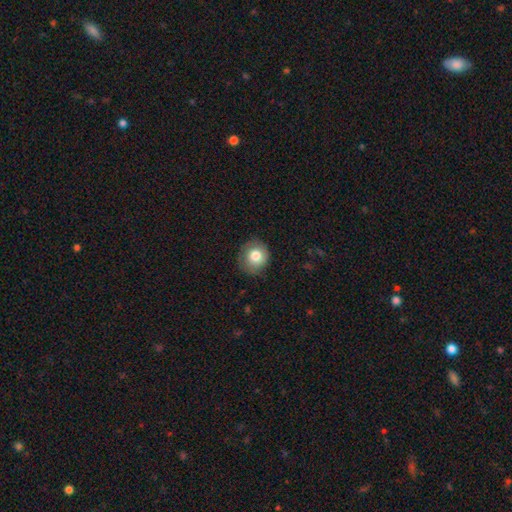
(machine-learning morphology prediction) smooth 78%, featured or disk 13%, star or artifact 9%. Down the decision tree: how rounded — round (84%); merging — none (79%).